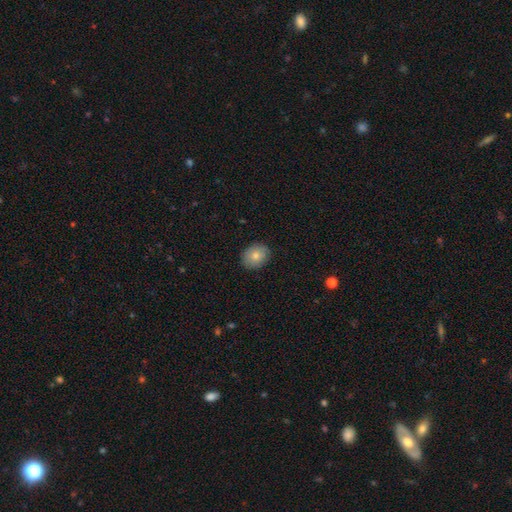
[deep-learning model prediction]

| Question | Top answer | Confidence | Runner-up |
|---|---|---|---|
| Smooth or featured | smooth | 79% | featured or disk (13%) |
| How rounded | in between | 51% | round (48%) |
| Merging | none | 87% | minor disturbance (10%) |